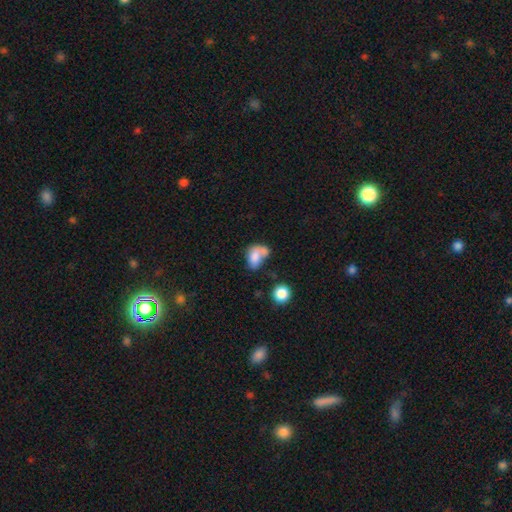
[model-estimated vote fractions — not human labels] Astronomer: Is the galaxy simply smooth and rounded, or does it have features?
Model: smooth — 72%.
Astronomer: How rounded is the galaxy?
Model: in between — 82%.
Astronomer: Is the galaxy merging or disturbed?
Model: merger — 42% (runner-up: none, 24%).